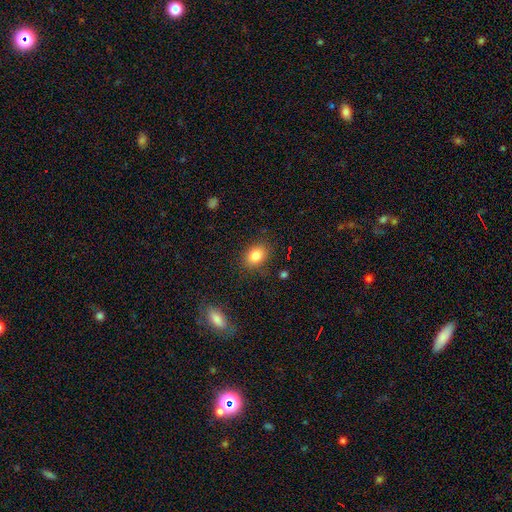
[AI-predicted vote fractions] Smooth or featured? Predicted: smooth (p=0.83). How rounded? Predicted: in between (p=0.65). Merging? Predicted: none (p=0.83).